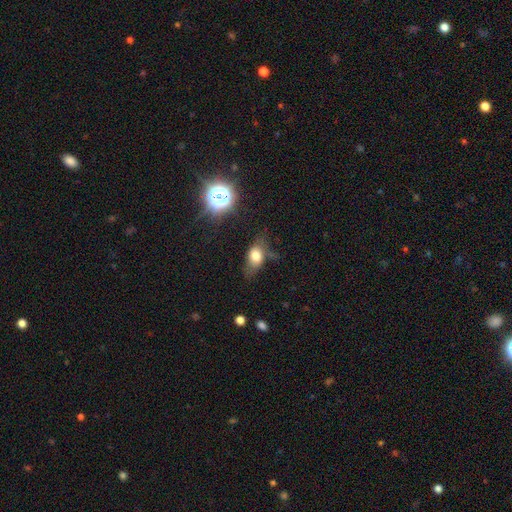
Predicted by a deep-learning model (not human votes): This is likely a smooth galaxy (68%). How rounded: clearly in between (80%). Merging: possibly none (51%).